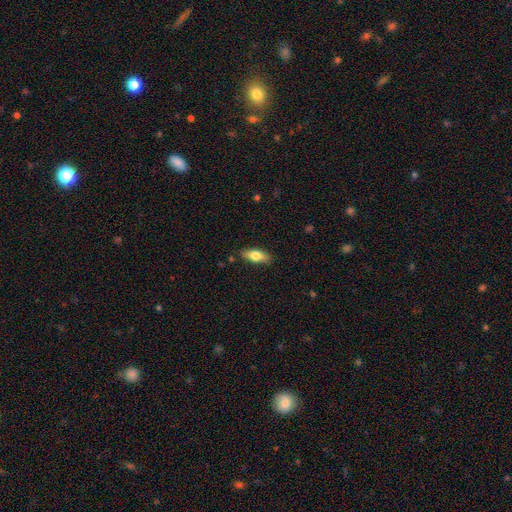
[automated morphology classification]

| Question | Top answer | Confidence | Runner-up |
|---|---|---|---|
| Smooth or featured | smooth | 71% | featured or disk (23%) |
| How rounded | in between | 74% | cigar-shaped (23%) |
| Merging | none | 85% | minor disturbance (11%) |